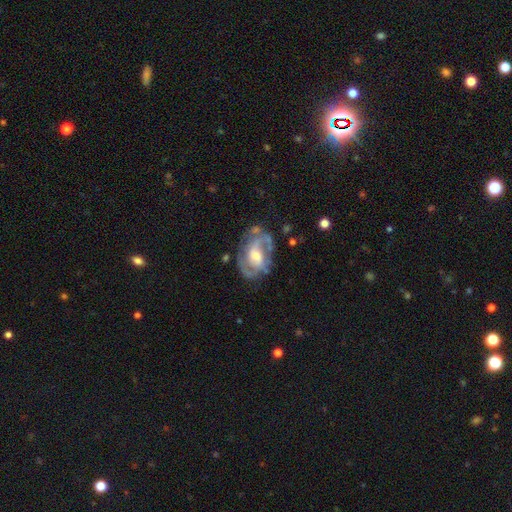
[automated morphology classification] smooth-or-featured: featured or disk: 83% | smooth: 12% | star or artifact: 6%
  disk-edge-on: no: 97% | yes: 3%
    bar: weak: 44% | no: 39% | strong: 17%
    has-spiral-arms: yes: 88% | no: 12%
      spiral-winding: medium: 48% | tight: 35% | loose: 16%
      spiral-arm-count: 2: 71% | can't tell: 14% | 3: 7% | 1: 4% | 4: 2% | more than 4: 2%
    bulge-size: moderate: 56% | small: 25% | large: 14% | none: 4% | dominant: 1%
  merging: none: 65% | minor disturbance: 21% | major disturbance: 12% | merger: 3%